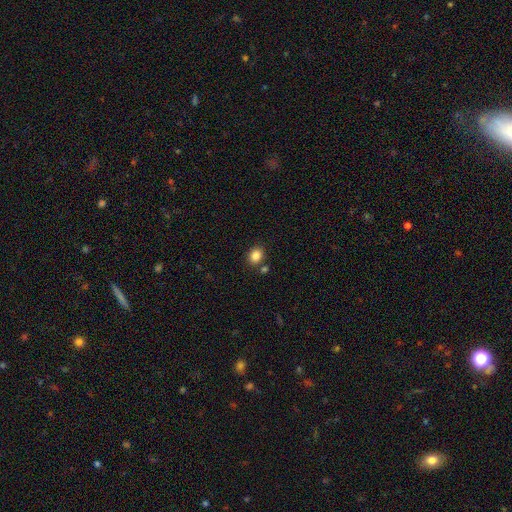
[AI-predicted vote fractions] Smooth or featured? Predicted: smooth (p=0.85). How rounded? Predicted: round (p=0.60). Merging? Predicted: none (p=0.78).